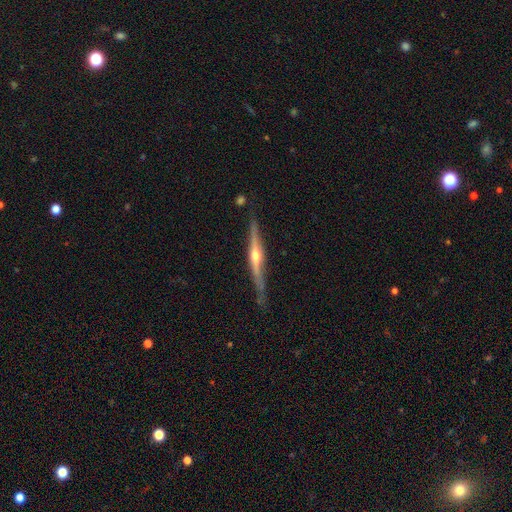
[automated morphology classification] smooth-or-featured: featured or disk: 81% | smooth: 14% | star or artifact: 5%
  disk-edge-on: yes: 97% | no: 3%
    edge-on-bulge: rounded: 91% | none: 5% | boxy: 4%
  merging: none: 79% | minor disturbance: 16% | major disturbance: 3% | merger: 2%